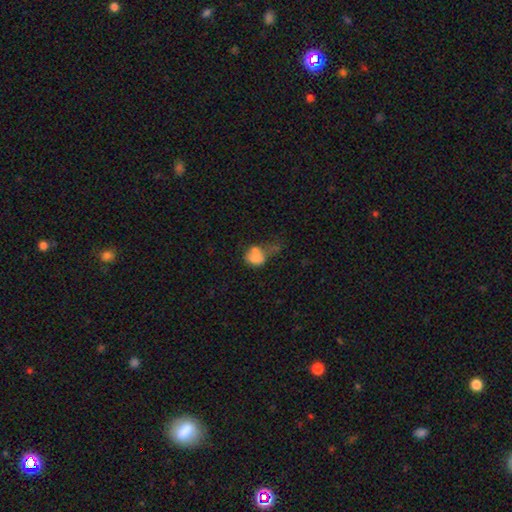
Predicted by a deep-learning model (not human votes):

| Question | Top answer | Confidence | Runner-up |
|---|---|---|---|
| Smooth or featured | smooth | 62% | featured or disk (27%) |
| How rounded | in between | 56% | round (43%) |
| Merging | merger | 44% | major disturbance (20%) |